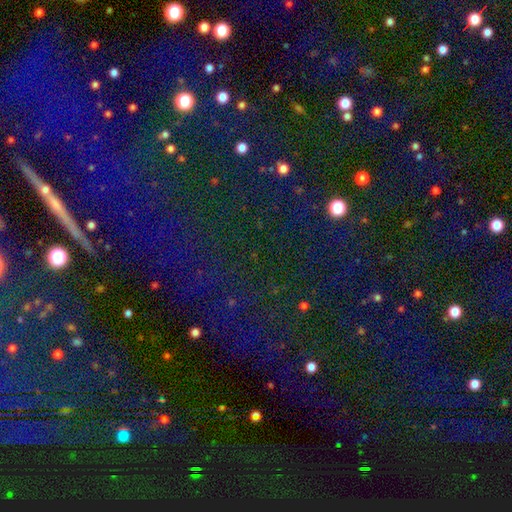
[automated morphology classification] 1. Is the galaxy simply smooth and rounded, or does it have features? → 76% star or artifact, 16% smooth, 9% featured or disk.